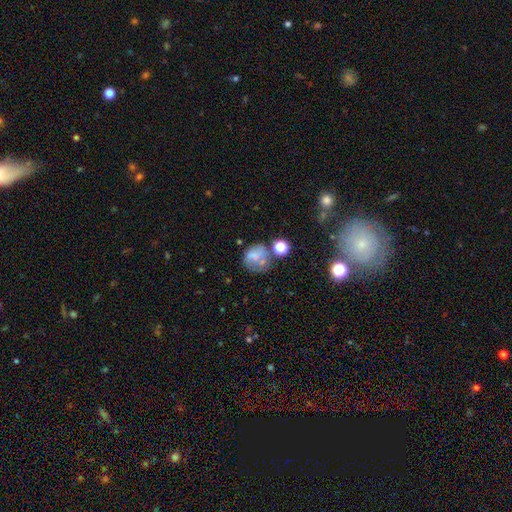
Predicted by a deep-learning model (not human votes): Smooth or featured? Predicted: smooth (p=0.55). How rounded? Predicted: round (p=0.75). Merging? Predicted: none (p=0.42).